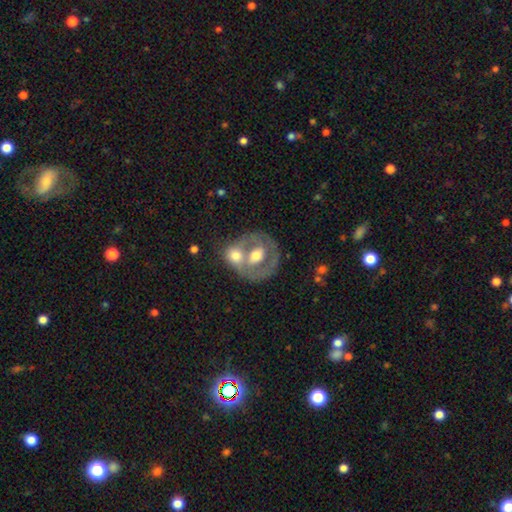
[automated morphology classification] smooth-or-featured: featured or disk: 55% | smooth: 38% | star or artifact: 7%
  disk-edge-on: no: 95% | yes: 5%
    bar: no: 68% | weak: 22% | strong: 10%
    has-spiral-arms: no: 78% | yes: 22%
    bulge-size: moderate: 67% | large: 20% | small: 8% | none: 2% | dominant: 2%
  merging: merger: 47% | none: 35% | minor disturbance: 11% | major disturbance: 7%